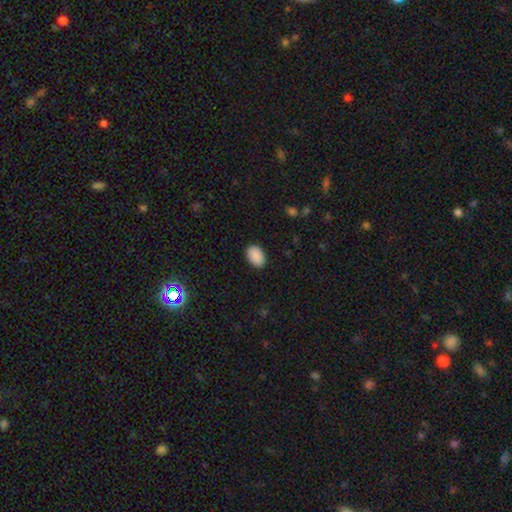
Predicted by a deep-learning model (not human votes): This is clearly a smooth galaxy (90%). How rounded: clearly in between (89%). Merging: clearly none (89%).